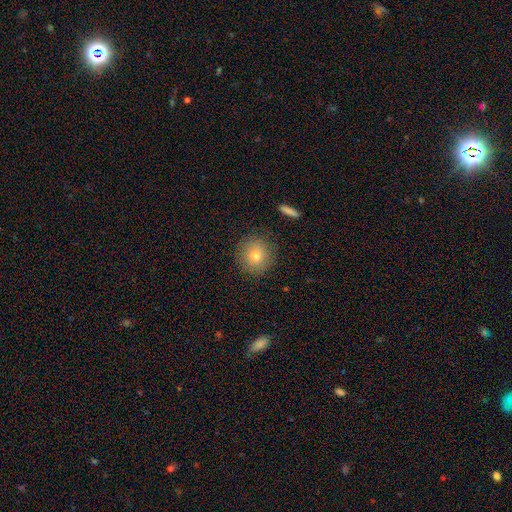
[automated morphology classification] smooth 77%, featured or disk 13%, star or artifact 11%. Down the decision tree: how rounded — round (91%); merging — none (88%).